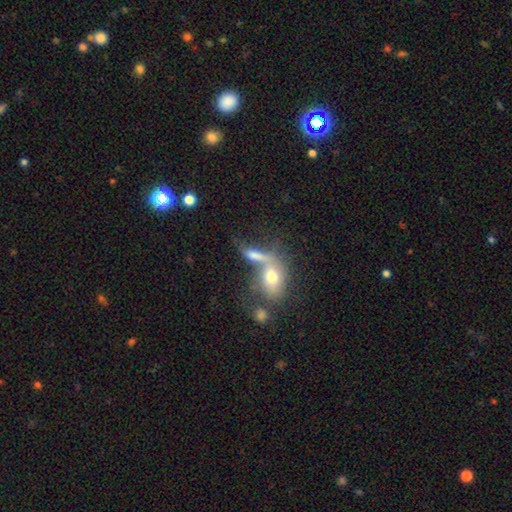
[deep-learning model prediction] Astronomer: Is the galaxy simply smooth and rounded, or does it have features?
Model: smooth — 62%.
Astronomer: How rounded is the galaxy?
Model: in between — 65%.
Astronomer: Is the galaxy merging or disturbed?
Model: merger — 52% (runner-up: none, 27%).